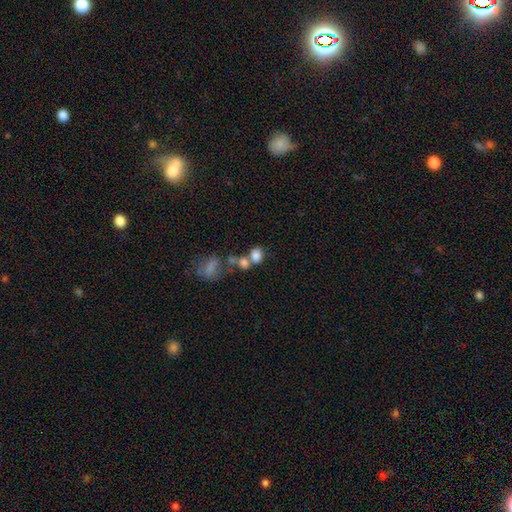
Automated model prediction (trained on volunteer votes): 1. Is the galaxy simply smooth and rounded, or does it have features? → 77% smooth, 12% featured or disk, 11% star or artifact.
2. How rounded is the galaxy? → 62% in between, 37% round, 2% cigar-shaped.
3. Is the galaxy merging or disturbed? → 49% merger, 33% none, 10% minor disturbance, 8% major disturbance.